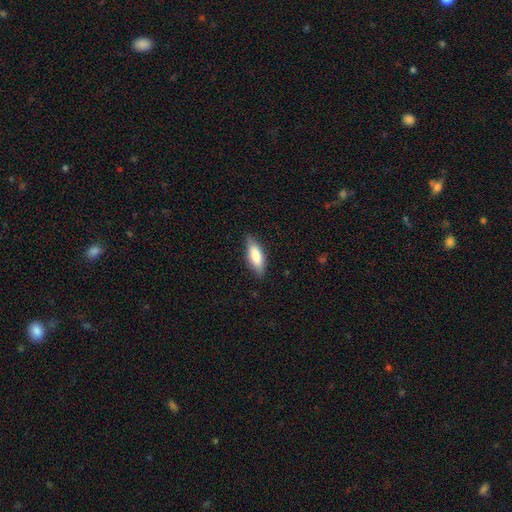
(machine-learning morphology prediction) This appears to be a smooth galaxy with no disk features (78%) that is in between round and cigar-shaped (61%). Merging: none (83%).